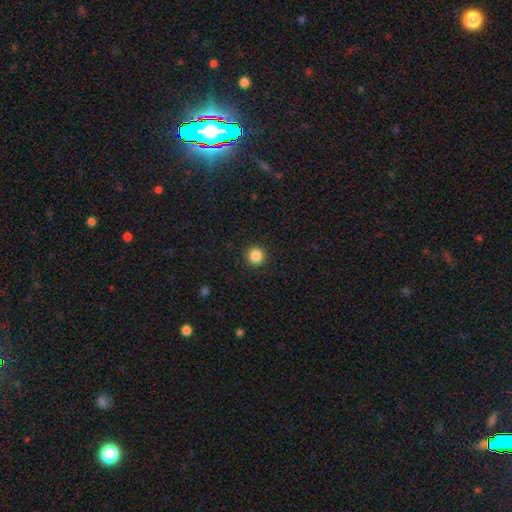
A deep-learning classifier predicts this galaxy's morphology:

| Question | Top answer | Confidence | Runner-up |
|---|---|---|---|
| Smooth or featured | smooth | 86% | star or artifact (11%) |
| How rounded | round | 95% | in between (4%) |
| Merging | none | 93% | minor disturbance (5%) |